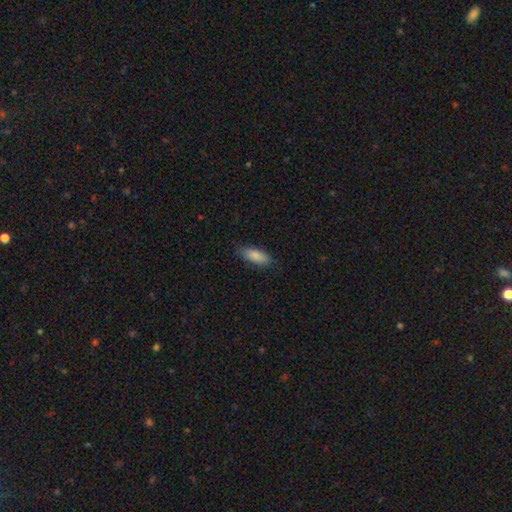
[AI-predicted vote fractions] Smooth or featured? smooth (87%)
How rounded? in between (76%)
Merging? none (83%)